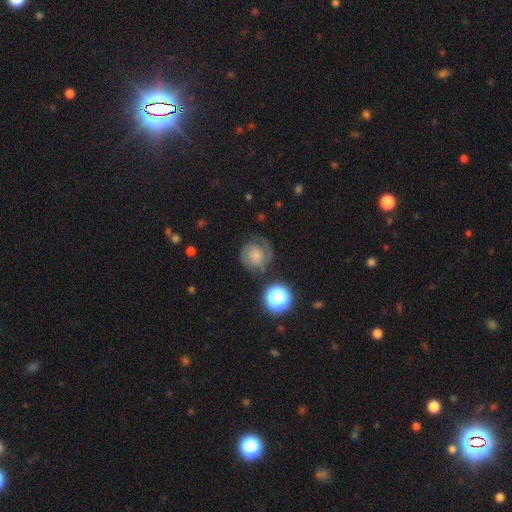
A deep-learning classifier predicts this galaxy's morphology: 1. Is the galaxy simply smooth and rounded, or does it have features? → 53% featured or disk, 36% smooth, 11% star or artifact.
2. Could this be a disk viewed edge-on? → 97% no, 3% yes.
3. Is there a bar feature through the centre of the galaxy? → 75% no, 21% weak, 4% strong.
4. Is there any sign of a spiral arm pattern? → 88% yes, 12% no.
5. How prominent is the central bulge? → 35% small, 24% none, 24% moderate, 13% large, 5% dominant.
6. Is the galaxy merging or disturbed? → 66% none, 19% minor disturbance, 12% major disturbance, 4% merger.